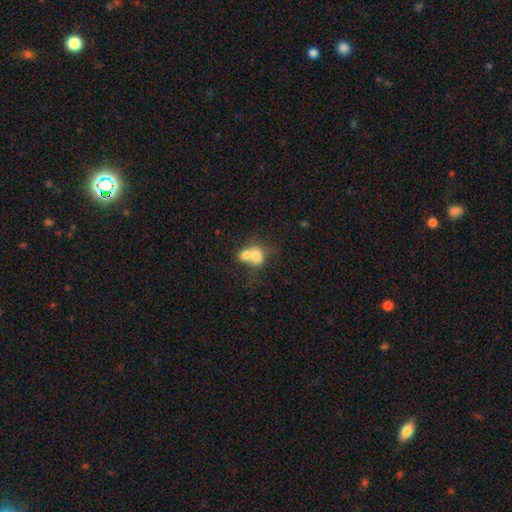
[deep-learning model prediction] Smooth or featured: smooth — 68% (featured or disk — 22%)
How rounded: in between — 50% (round — 49%)
Merging: merger — 73% (none — 17%)